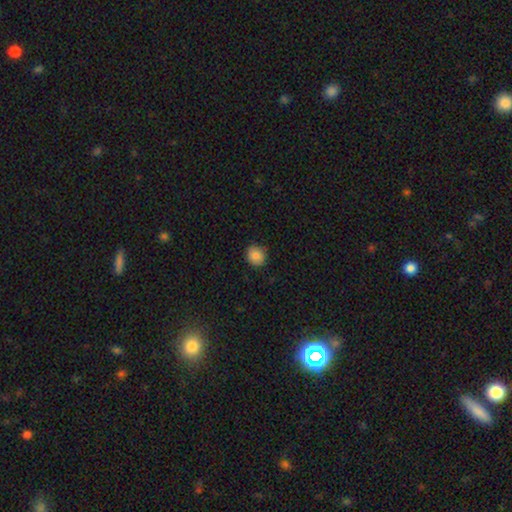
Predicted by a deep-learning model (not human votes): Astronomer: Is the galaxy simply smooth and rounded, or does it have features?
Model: smooth — 85%.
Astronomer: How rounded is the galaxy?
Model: round — 87%.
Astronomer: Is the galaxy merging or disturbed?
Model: none — 87%.